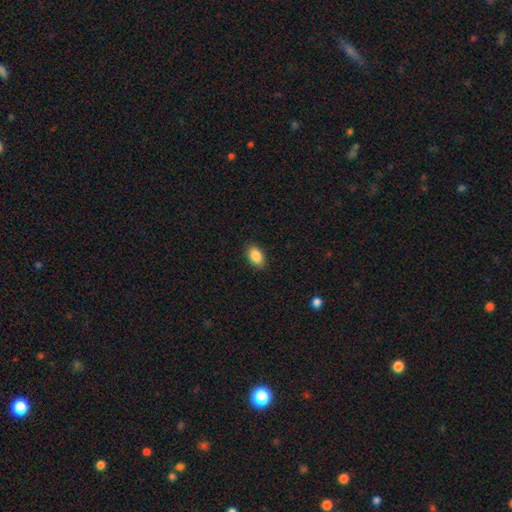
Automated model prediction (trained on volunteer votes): A smooth galaxy with no disk features (88%) that is in between round and cigar-shaped (90%).

Vote fractions:
- Smooth or featured? smooth: 88% / star or artifact: 8% / featured or disk: 4%
- How rounded? in between: 90% / round: 9% / cigar-shaped: 2%
- Merging? none: 88% / minor disturbance: 9% / major disturbance: 2% / merger: 1%